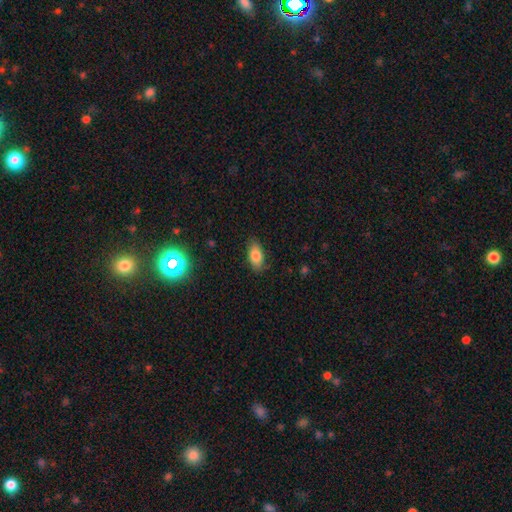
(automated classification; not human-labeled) A smooth galaxy with no disk features (80%) that is in between round and cigar-shaped (89%).

Vote fractions:
- Smooth or featured? smooth: 80% / featured or disk: 11% / star or artifact: 8%
- How rounded? in between: 89% / cigar-shaped: 7% / round: 5%
- Merging? none: 80% / minor disturbance: 15% / major disturbance: 3% / merger: 1%